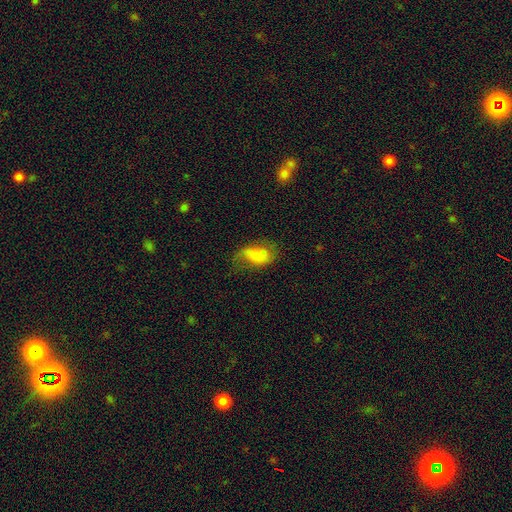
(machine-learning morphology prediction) Smooth or featured?
  - smooth: 51% *
  - featured or disk: 39%
  - star or artifact: 10%
How rounded?
  - in between: 84% *
  - round: 12%
  - cigar-shaped: 4%
Merging?
  - none: 34% *
  - merger: 29%
  - minor disturbance: 21%
  - major disturbance: 16%